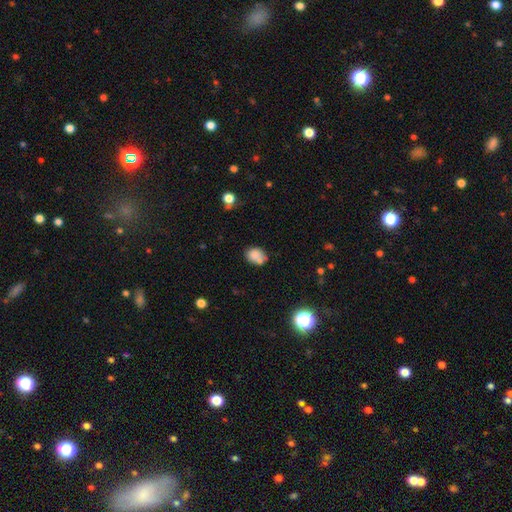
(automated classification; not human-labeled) A smooth galaxy with no disk features (79%) that is in between round and cigar-shaped (57%).

Vote fractions:
- Smooth or featured? smooth: 79% / star or artifact: 11% / featured or disk: 10%
- How rounded? in between: 57% / round: 41% / cigar-shaped: 1%
- Merging? none: 51% / minor disturbance: 22% / merger: 20% / major disturbance: 7%